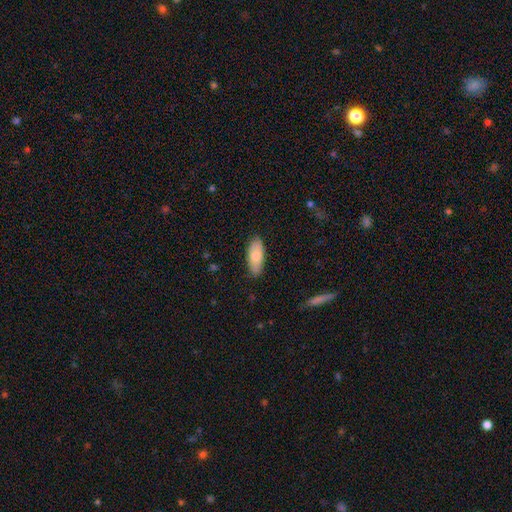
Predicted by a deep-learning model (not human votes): Smooth or featured?
  - smooth: 77% *
  - featured or disk: 17%
  - star or artifact: 6%
How rounded?
  - in between: 84% *
  - cigar-shaped: 14%
  - round: 2%
Merging?
  - none: 84% *
  - minor disturbance: 12%
  - major disturbance: 2%
  - merger: 1%